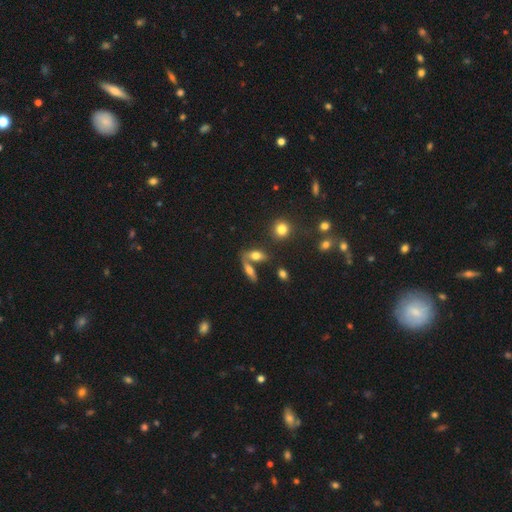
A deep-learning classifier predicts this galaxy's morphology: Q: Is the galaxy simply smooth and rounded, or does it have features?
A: smooth — 65%.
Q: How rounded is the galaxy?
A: in between — 67%.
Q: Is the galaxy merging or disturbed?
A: none — 47%.